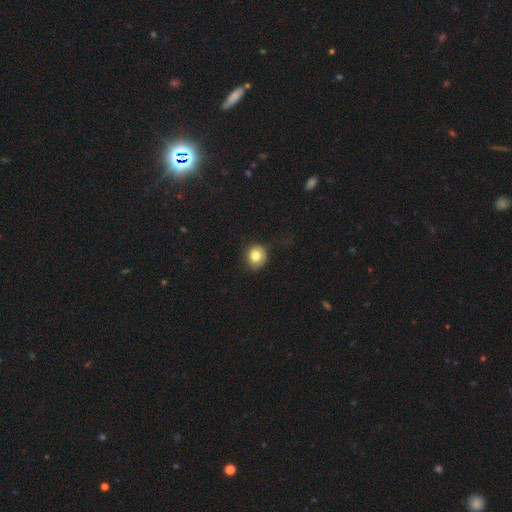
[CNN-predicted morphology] Smooth or featured: smooth — 80% (featured or disk — 10%)
How rounded: round — 79% (in between — 20%)
Merging: none — 73% (minor disturbance — 20%)